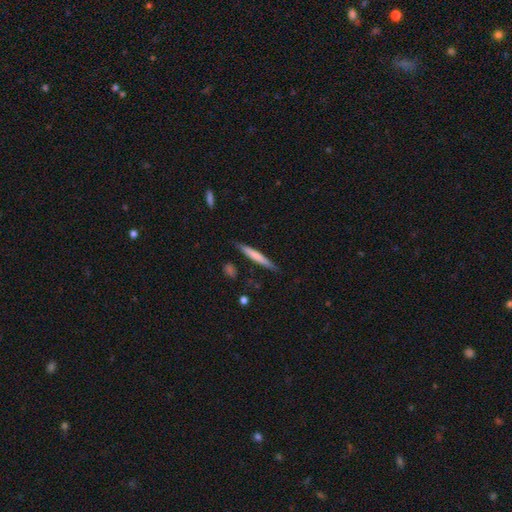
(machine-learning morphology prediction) Q: Smooth or featured?
A: smooth (64%); runner-up: featured or disk (30%)
Q: How rounded?
A: cigar-shaped (95%); runner-up: in between (3%)
Q: Merging?
A: none (86%); runner-up: minor disturbance (11%)